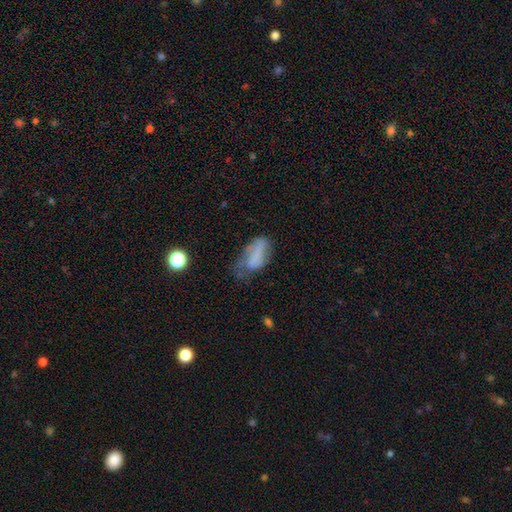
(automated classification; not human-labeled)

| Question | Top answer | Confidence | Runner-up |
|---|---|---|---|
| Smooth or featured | smooth | 60% | featured or disk (29%) |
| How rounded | in between | 87% | cigar-shaped (9%) |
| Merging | minor disturbance | 34% | tied: major disturbance (34%) |